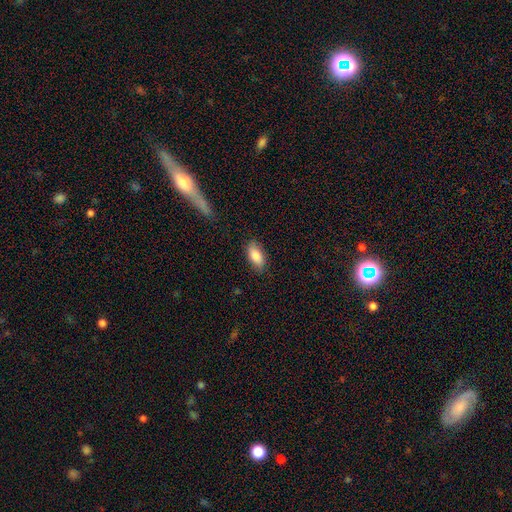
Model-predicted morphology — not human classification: Smooth or featured? smooth (85%)
How rounded? in between (90%)
Merging? none (83%)